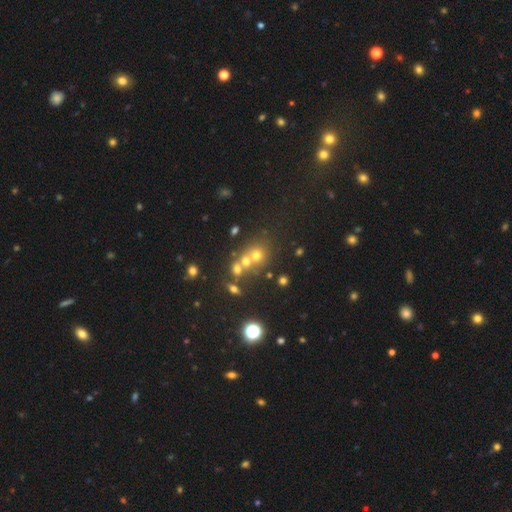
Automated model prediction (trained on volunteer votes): smooth_or_featured: smooth (p=0.52) [alt: star or artifact p=0.31]
how_rounded: round (p=0.80) [alt: in between p=0.19]
merging: none (p=0.50) [alt: merger p=0.36]